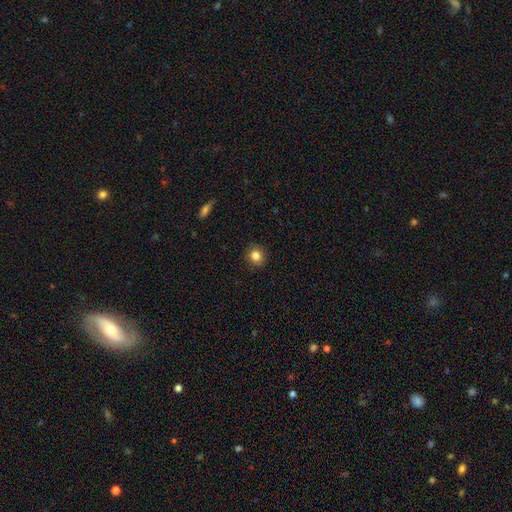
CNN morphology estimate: A smooth galaxy with no disk features (84%) that is round (85%).

Vote fractions:
- Smooth or featured? smooth: 84% / star or artifact: 10% / featured or disk: 6%
- How rounded? round: 85% / in between: 14% / cigar-shaped: 1%
- Merging? none: 90% / minor disturbance: 7% / major disturbance: 2% / merger: 1%